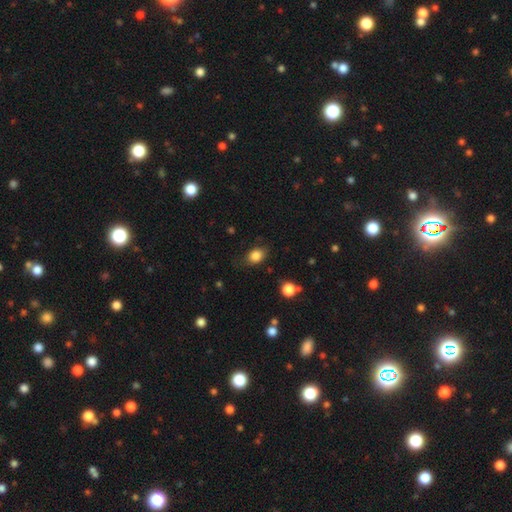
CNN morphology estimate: Smooth or featured: smooth — 84% (star or artifact — 10%)
How rounded: in between — 66% (round — 33%)
Merging: none — 75% (minor disturbance — 18%)